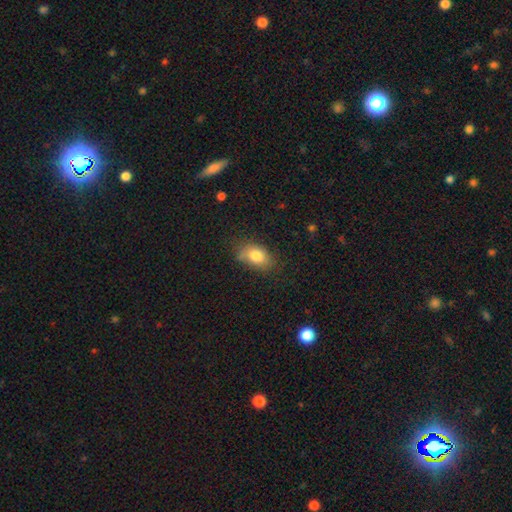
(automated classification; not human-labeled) Smooth or featured? smooth (81%)
How rounded? in between (85%)
Merging? none (70%)